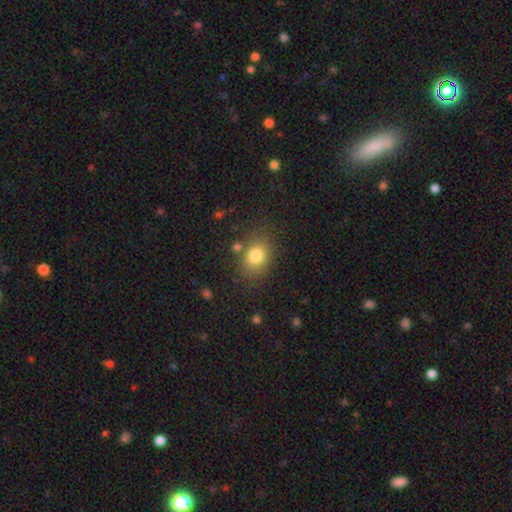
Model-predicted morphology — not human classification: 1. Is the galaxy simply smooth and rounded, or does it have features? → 80% smooth, 11% star or artifact, 9% featured or disk.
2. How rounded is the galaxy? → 59% in between, 40% round, 1% cigar-shaped.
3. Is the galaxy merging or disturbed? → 77% none, 13% minor disturbance, 5% merger, 5% major disturbance.